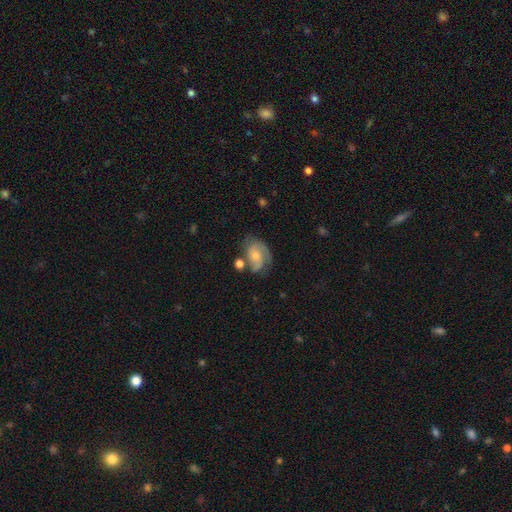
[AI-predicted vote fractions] The model was most divided on "spiral winding": medium: 44%, tight: 35%, loose: 20%. Remaining: edge-on disk — no (97%); spiral arms — yes (88%); bar — no (66%); smooth or featured — featured or disk (61%); spiral arm count — 2 (53%); merging — none (48%); bulge size — small (43%).